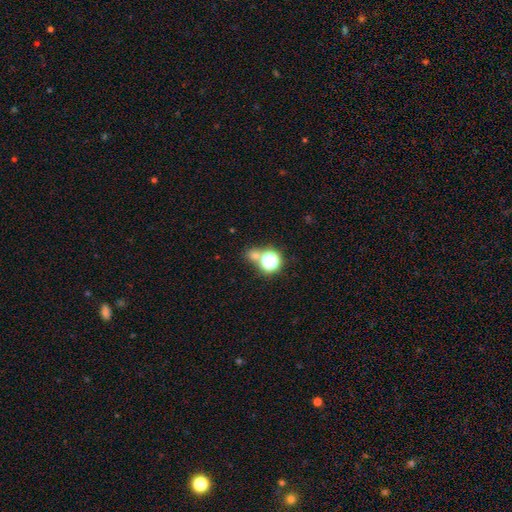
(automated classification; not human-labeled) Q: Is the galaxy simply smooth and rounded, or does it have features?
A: smooth — 54%.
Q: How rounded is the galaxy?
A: round — 79%.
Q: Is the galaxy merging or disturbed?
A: none — 62%.